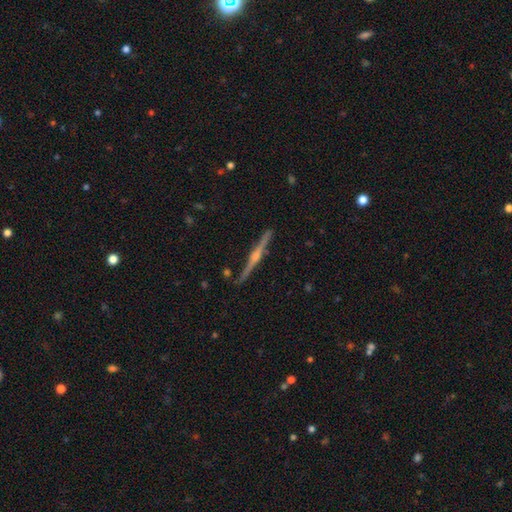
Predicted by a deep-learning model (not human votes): This appears to be a featured or disk galaxy (85%) viewed edge-on (98%) with a rounded central bulge (84%). Merging: none (90%).